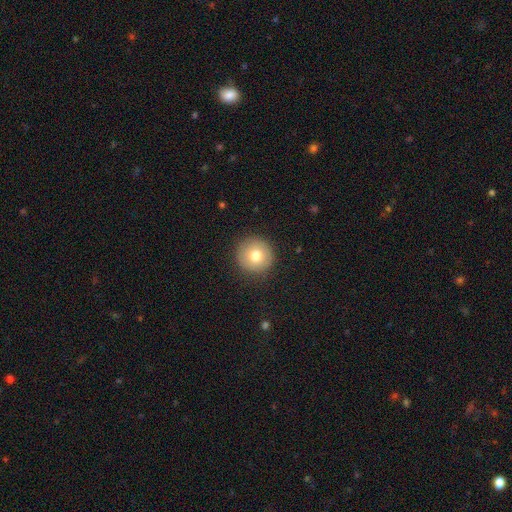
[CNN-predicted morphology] A smooth galaxy with no disk features (77%) that is round (95%).

Vote fractions:
- Smooth or featured? smooth: 77% / featured or disk: 13% / star or artifact: 10%
- How rounded? round: 95% / in between: 4% / cigar-shaped: 1%
- Merging? none: 90% / minor disturbance: 6% / major disturbance: 2% / merger: 1%